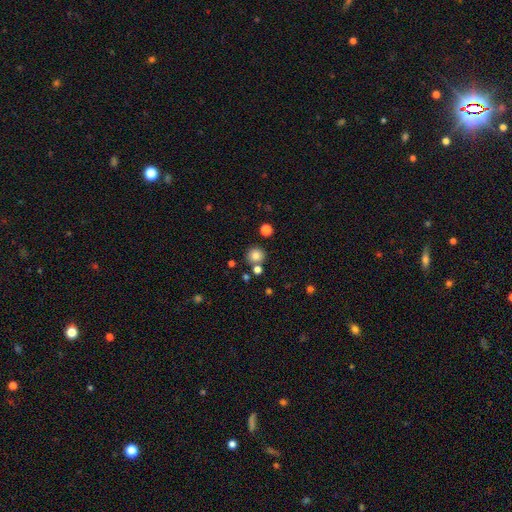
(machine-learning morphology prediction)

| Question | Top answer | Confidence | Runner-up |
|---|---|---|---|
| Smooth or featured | smooth | 80% | star or artifact (13%) |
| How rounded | round | 92% | in between (8%) |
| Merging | none | 77% | merger (12%) |